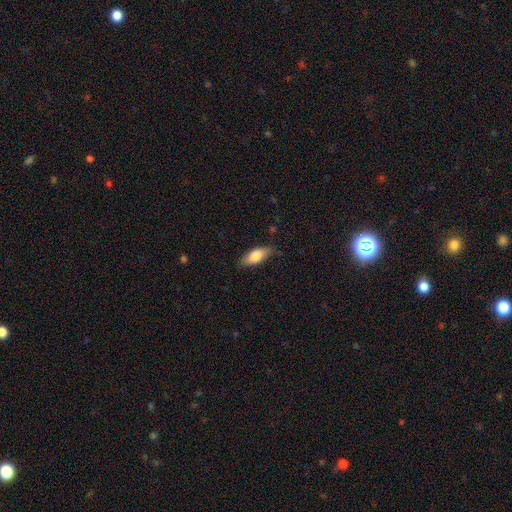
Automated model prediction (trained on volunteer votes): This appears to be a smooth galaxy with no disk features (78%) that is in between round and cigar-shaped (80%). Merging: none (73%).